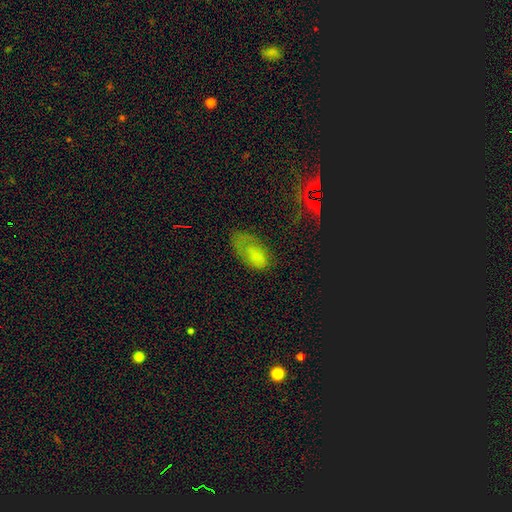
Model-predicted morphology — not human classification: This appears to be a smooth galaxy with no disk features (64%) that is in between round and cigar-shaped (91%). Merging: none (43%).